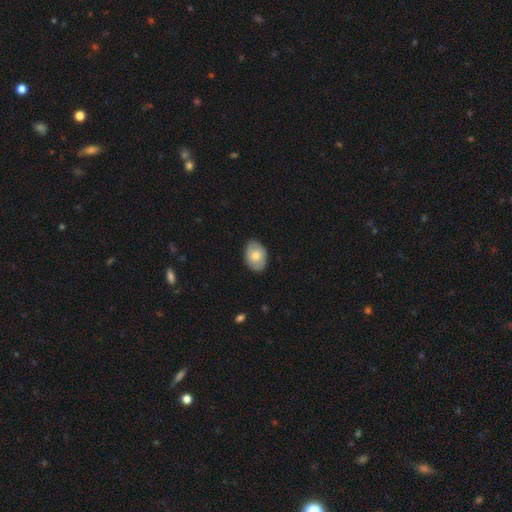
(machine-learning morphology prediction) Smooth or featured? smooth (63%)
How rounded? in between (79%)
Merging? none (84%)